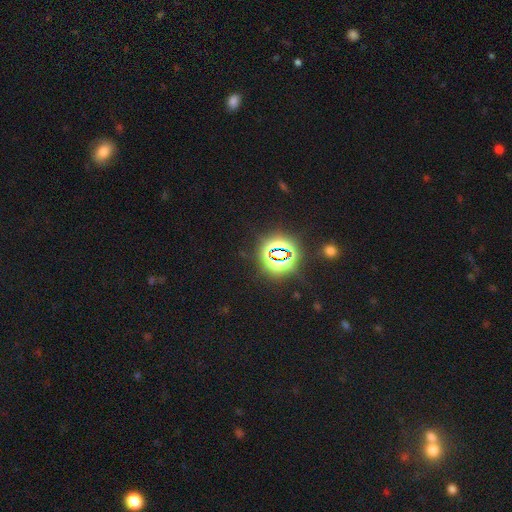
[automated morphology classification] star or artifact 80%, smooth 14%, featured or disk 7%.